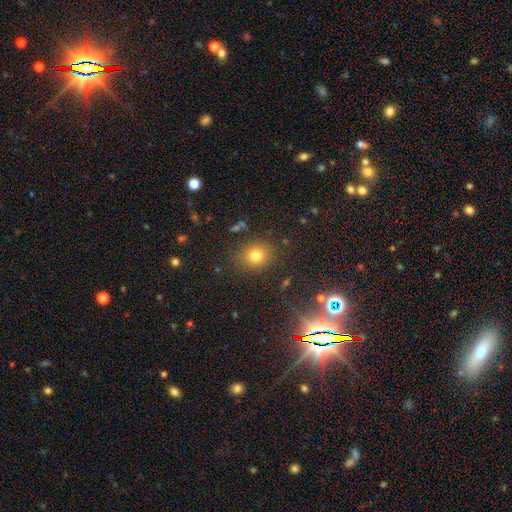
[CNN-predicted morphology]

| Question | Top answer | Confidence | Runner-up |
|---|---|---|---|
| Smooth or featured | smooth | 74% | star or artifact (18%) |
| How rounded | round | 68% | in between (31%) |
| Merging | none | 84% | minor disturbance (9%) |